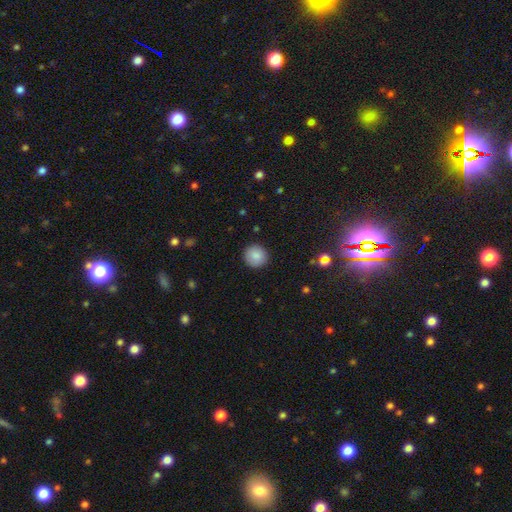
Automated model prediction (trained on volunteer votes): A smooth galaxy with no disk features (86%) that is round (94%). Merging: none (91%).